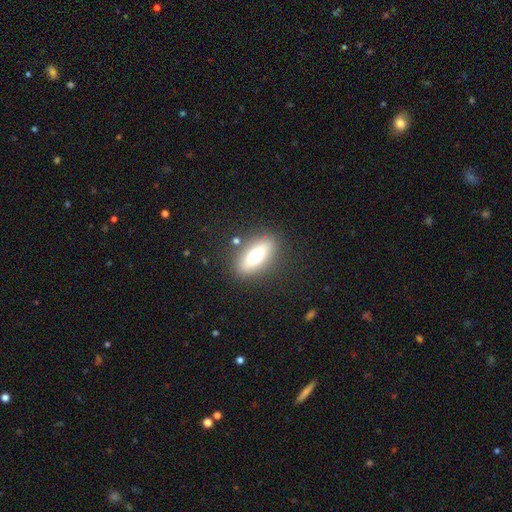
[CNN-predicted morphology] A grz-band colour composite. It shows a smooth galaxy with no disk features (61%) that is in between round and cigar-shaped (69%). Merging: none (84%).